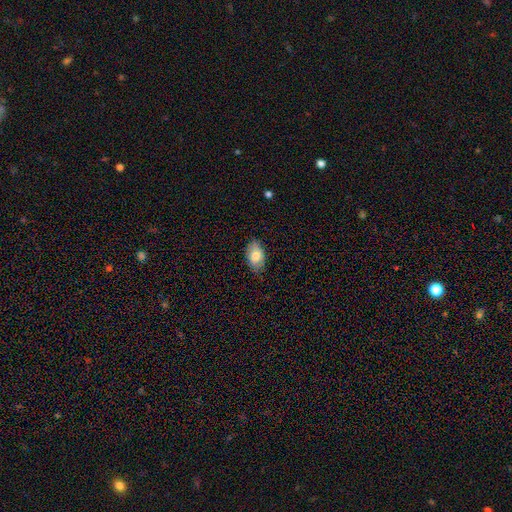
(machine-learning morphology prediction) type=smooth (80%); roundness=in between (92%); merging=none (79%).